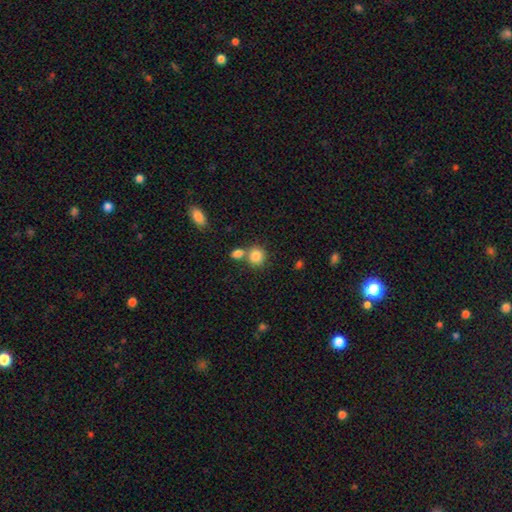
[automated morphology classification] Overall: smooth (84%). How rounded: round (81%). Merging: none (54%; merger 33%).